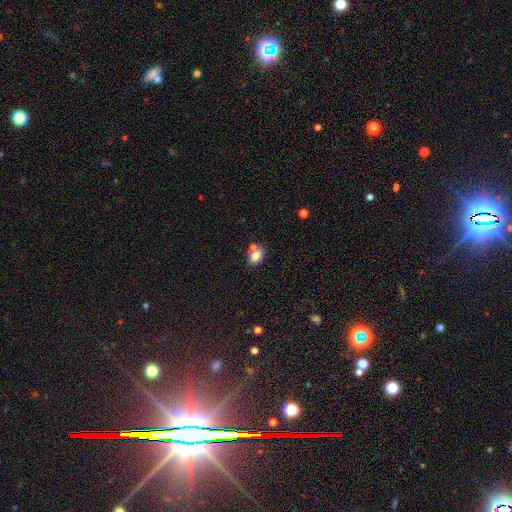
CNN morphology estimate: type=smooth (81%); roundness=in between (79%); merging=none (56%).